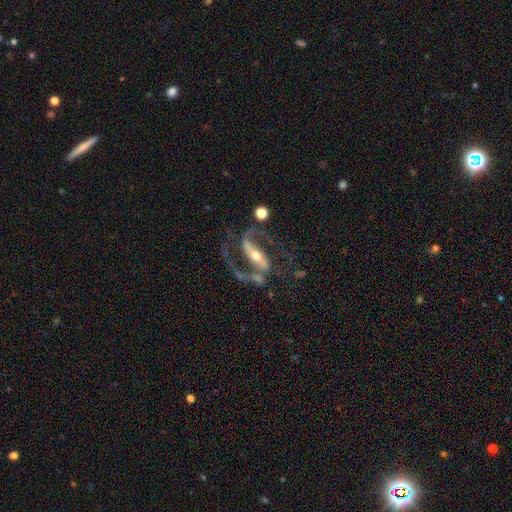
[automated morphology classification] type=featured or disk (90%); edge-on=no (93%); bar=strong (69%); spiral arms=yes (95%); winding=medium (55%); arm count=2 (92%); bulge=moderate (53%); merging=none (63%).